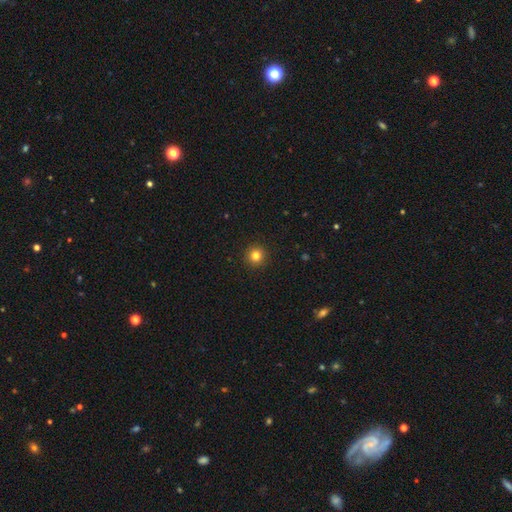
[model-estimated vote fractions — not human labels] smooth 82%, star or artifact 12%, featured or disk 6%. Down the decision tree: how rounded — round (96%); merging — none (93%).